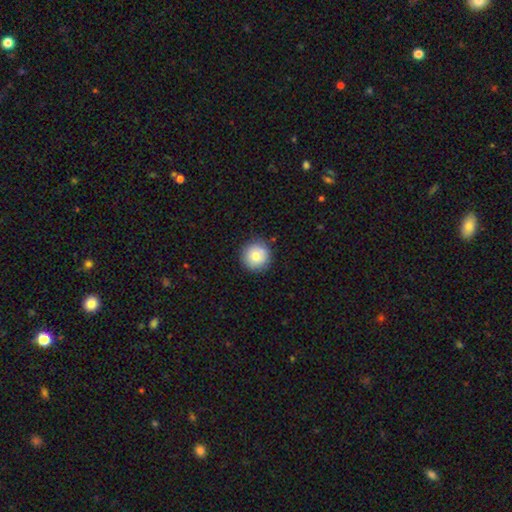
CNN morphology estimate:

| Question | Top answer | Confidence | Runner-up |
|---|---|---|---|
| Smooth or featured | smooth | 74% | featured or disk (17%) |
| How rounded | round | 96% | in between (3%) |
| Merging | none | 87% | minor disturbance (9%) |